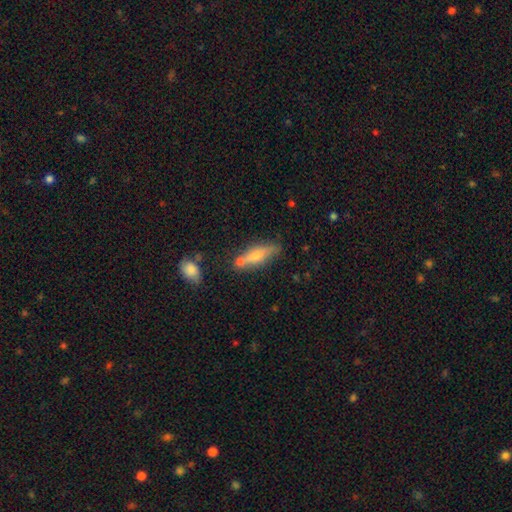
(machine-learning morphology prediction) smooth 55%, featured or disk 37%, star or artifact 8%. Down the decision tree: how rounded — cigar-shaped (60%); merging — none (65%).